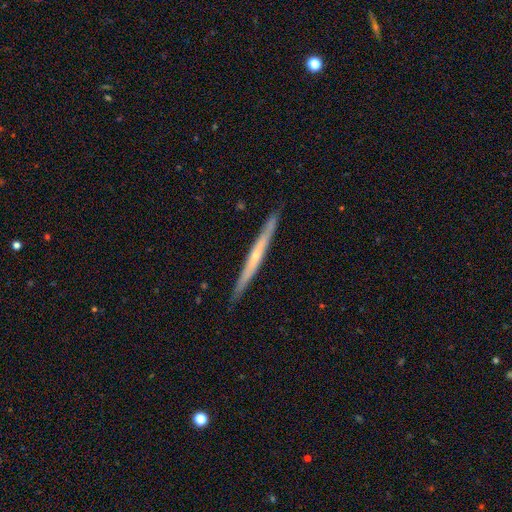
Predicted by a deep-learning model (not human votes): A featured or disk galaxy (67%) viewed edge-on (97%) with no central bulge (51%).

Vote fractions:
- Smooth or featured? featured or disk: 67% / smooth: 27% / star or artifact: 6%
- Edge-on disk? yes: 97% / no: 3%
- Edge-on bulge? none: 51% / rounded: 45% / boxy: 4%
- Merging? none: 91% / minor disturbance: 7% / major disturbance: 1% / merger: 1%